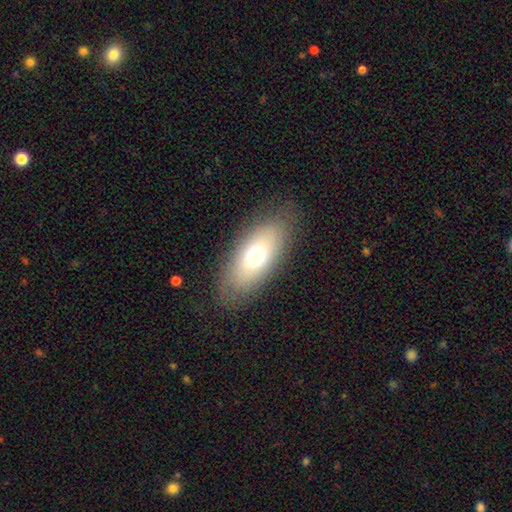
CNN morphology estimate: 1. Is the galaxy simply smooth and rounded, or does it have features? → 68% smooth, 22% featured or disk, 10% star or artifact.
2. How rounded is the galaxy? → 85% in between, 9% cigar-shaped, 5% round.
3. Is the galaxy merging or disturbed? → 82% none, 11% minor disturbance, 5% major disturbance, 1% merger.